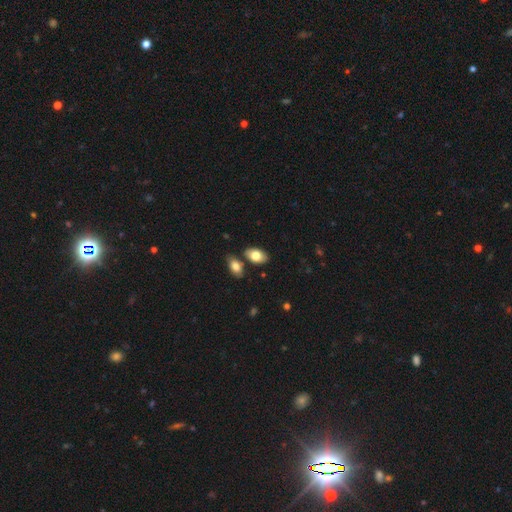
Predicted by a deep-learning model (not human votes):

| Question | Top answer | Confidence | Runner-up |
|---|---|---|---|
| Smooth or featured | smooth | 78% | featured or disk (16%) |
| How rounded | in between | 93% | round (5%) |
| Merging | none | 73% | merger (14%) |